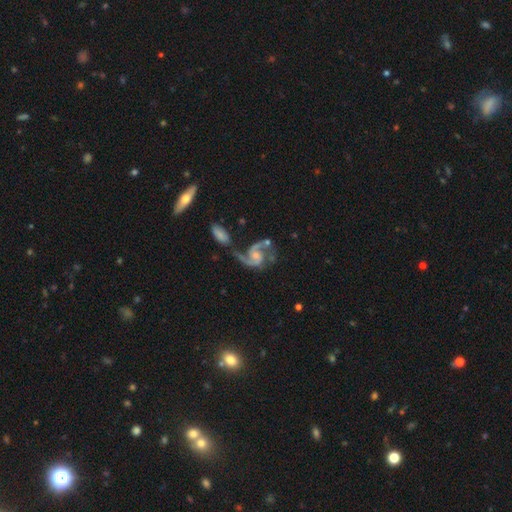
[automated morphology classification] This appears to be a featured or disk galaxy (91%) with no bar (59%), 2 (91%) medium (55%) spiral arms (98%) and a small central bulge (50%). Merging: none (44%).